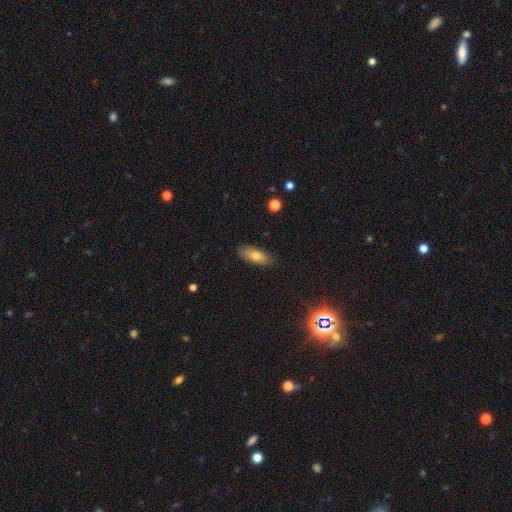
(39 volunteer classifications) smooth-or-featured: smooth: 67% | featured or disk: 23% | star or artifact: 10%
  how-rounded: in between: 85% | cigar-shaped: 15% | round: 0%
  merging: none: 91% | major disturbance: 6% | minor disturbance: 3% | merger: 0%